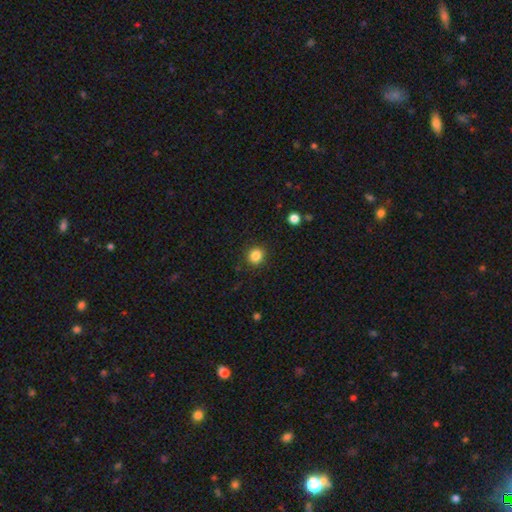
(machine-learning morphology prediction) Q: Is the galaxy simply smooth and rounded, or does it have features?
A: smooth — 85%.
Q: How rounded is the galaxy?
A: round — 86%.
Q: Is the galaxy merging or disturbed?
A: none — 90%.